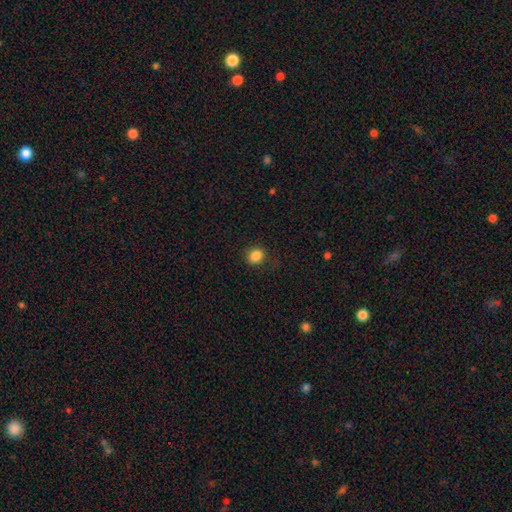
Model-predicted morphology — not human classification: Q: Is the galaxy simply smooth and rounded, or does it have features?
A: smooth — 86%.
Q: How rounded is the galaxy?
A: round — 65%.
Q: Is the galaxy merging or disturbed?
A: none — 86%.